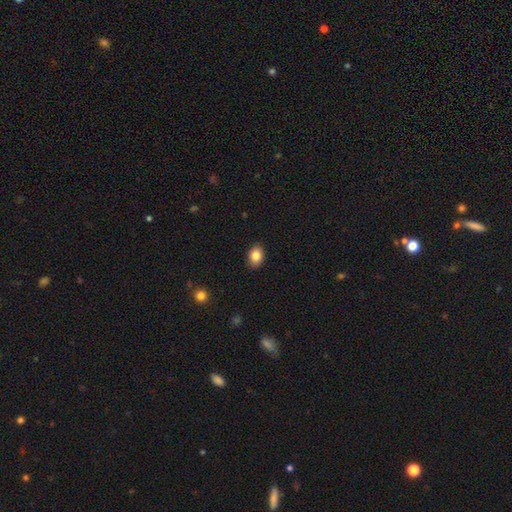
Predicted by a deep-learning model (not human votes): Smooth or featured: smooth — 84% (star or artifact — 9%)
How rounded: in between — 74% (round — 25%)
Merging: none — 89% (minor disturbance — 8%)